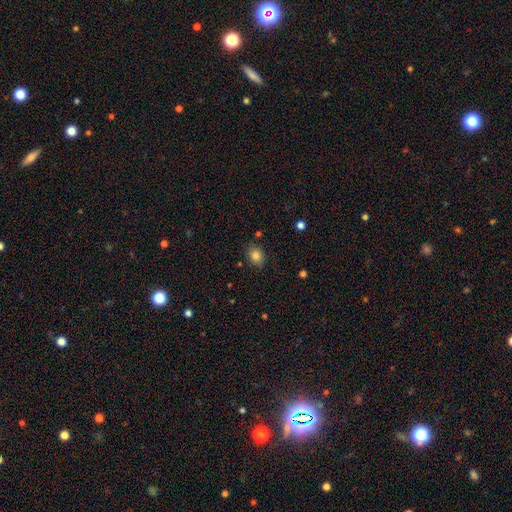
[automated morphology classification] This is clearly a smooth galaxy (82%). How rounded: possibly in between (56%). Merging: clearly none (83%).